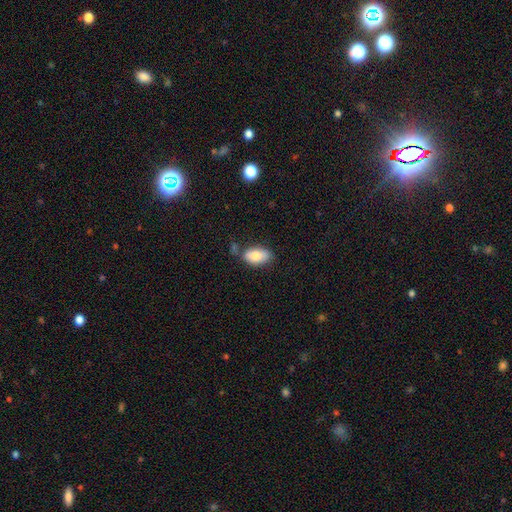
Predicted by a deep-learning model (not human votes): smooth 79%, featured or disk 14%, star or artifact 7%. Down the decision tree: how rounded — in between (93%); merging — none (66%).